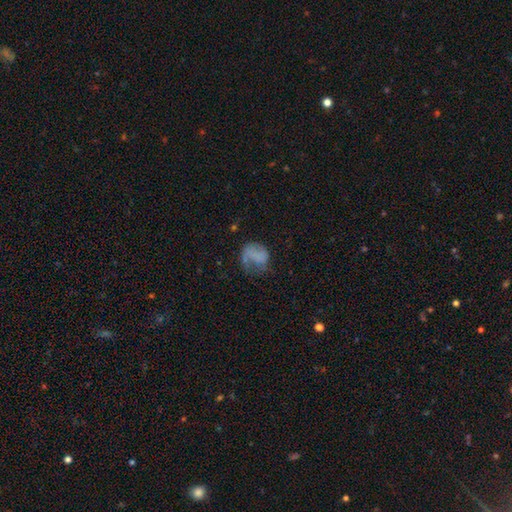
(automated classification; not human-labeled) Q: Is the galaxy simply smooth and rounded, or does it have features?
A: smooth — 52%.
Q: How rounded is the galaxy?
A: round — 53%.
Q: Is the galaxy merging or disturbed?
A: major disturbance — 37%.